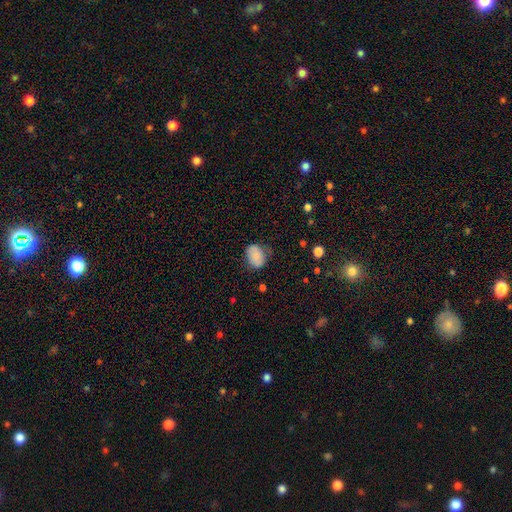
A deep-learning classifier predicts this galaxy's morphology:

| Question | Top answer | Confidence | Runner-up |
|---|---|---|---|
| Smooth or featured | smooth | 71% | featured or disk (22%) |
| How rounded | in between | 66% | round (33%) |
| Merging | none | 63% | minor disturbance (28%) |